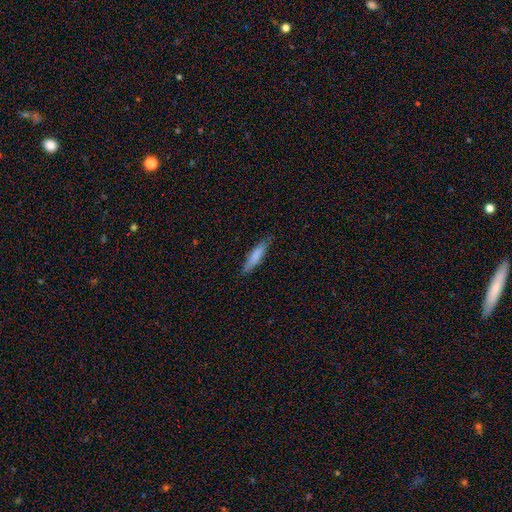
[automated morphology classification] Q: Smooth or featured?
A: smooth (77%); runner-up: featured or disk (18%)
Q: How rounded?
A: cigar-shaped (80%); runner-up: in between (18%)
Q: Merging?
A: none (82%); runner-up: minor disturbance (14%)